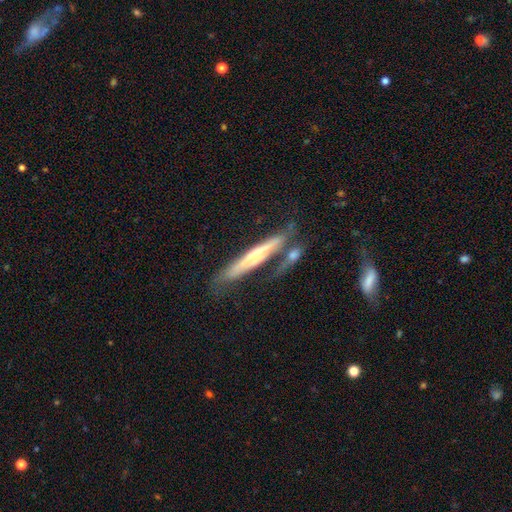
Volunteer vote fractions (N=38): This is possibly a smooth galaxy (50%, tied with featured or disk). How rounded: clearly cigar-shaped (95%). Merging: possibly none (55%).